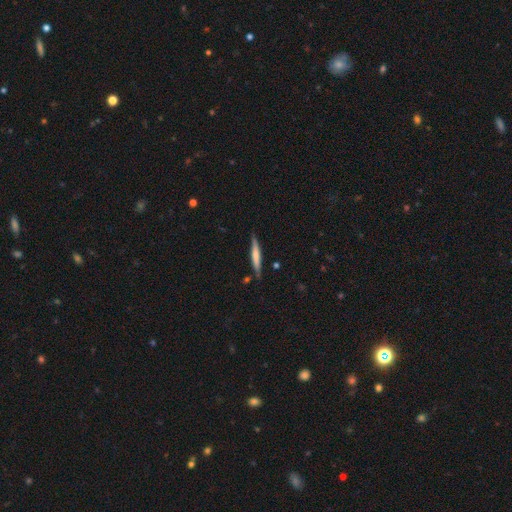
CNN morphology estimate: Smooth or featured?
  - smooth: 56% *
  - featured or disk: 38%
  - star or artifact: 6%
How rounded?
  - cigar-shaped: 93% *
  - in between: 5%
  - round: 1%
Merging?
  - none: 82% *
  - minor disturbance: 13%
  - merger: 3%
  - major disturbance: 2%